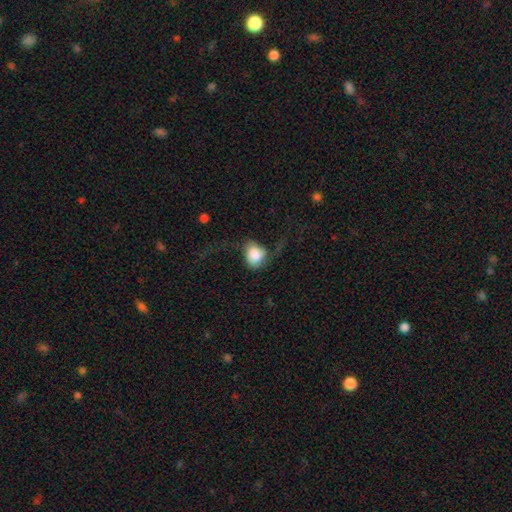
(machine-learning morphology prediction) smooth 70%, featured or disk 22%, star or artifact 8%. Down the decision tree: how rounded — round (50%); merging — major disturbance (40%).